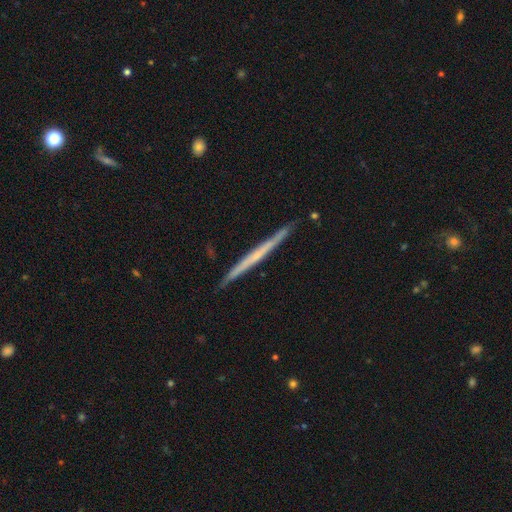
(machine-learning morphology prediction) Smooth or featured?
  - featured or disk: 61% *
  - smooth: 33%
  - star or artifact: 6%
Edge-on disk?
  - yes: 97% *
  - no: 3%
Edge-on bulge?
  - none: 82% *
  - rounded: 14%
  - boxy: 4%
Merging?
  - none: 90% *
  - minor disturbance: 7%
  - major disturbance: 1%
  - merger: 1%